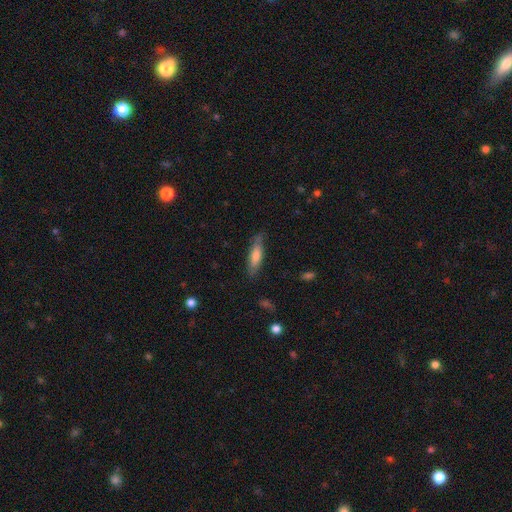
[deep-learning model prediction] Smooth or featured? Predicted: smooth (p=0.66). How rounded? Predicted: cigar-shaped (p=0.69). Merging? Predicted: none (p=0.77).